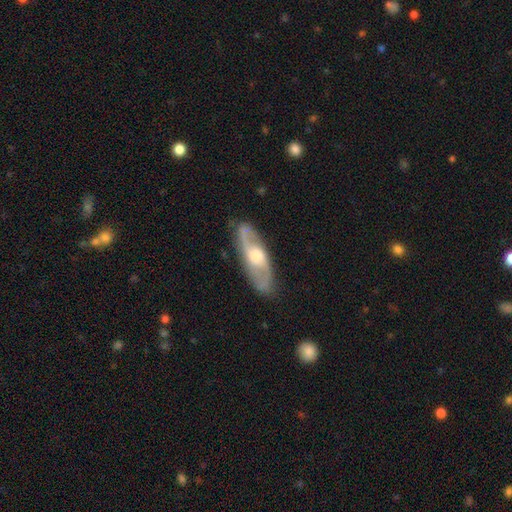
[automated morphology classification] smooth_or_featured: featured or disk (p=0.80) [alt: smooth p=0.15]
disk_edge_on: no (p=0.83) [alt: yes p=0.17]
bar: no (p=0.53) [alt: weak p=0.39]
has_spiral_arms: yes (p=0.91) [alt: no p=0.09]
spiral_winding: medium (p=0.51) [alt: loose p=0.31]
spiral_arm_count: 2 (p=0.89) [alt: can't tell p=0.06]
bulge_size: moderate (p=0.59) [alt: large p=0.24]
merging: none (p=0.85) [alt: minor disturbance p=0.11]